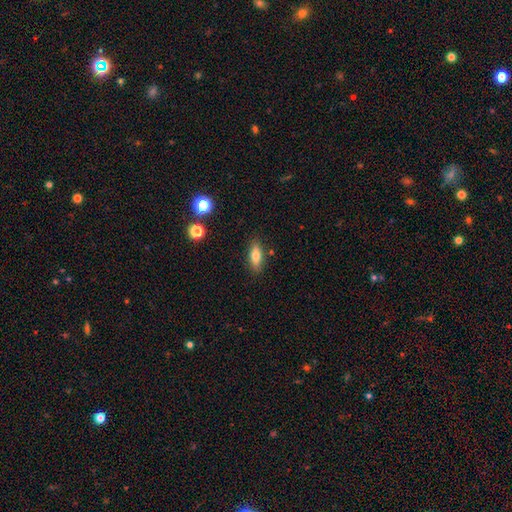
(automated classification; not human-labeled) Smooth or featured?
  - smooth: 72% *
  - featured or disk: 20%
  - star or artifact: 8%
How rounded?
  - in between: 71% *
  - cigar-shaped: 25%
  - round: 4%
Merging?
  - none: 85% *
  - minor disturbance: 10%
  - merger: 3%
  - major disturbance: 2%